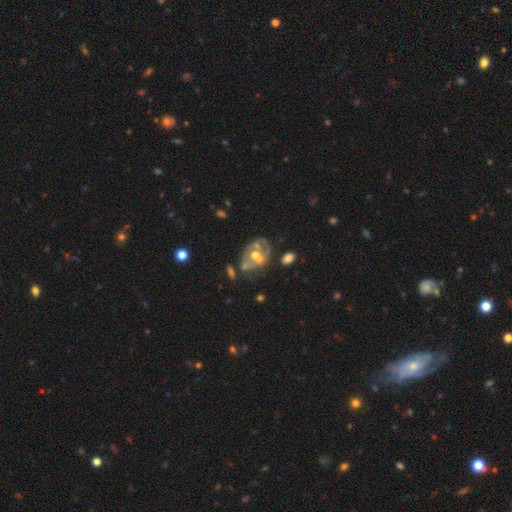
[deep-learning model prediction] The model was most divided on "merging": none: 35%, merger: 26%, minor disturbance: 20%, major disturbance: 19%. More confident: edge-on disk — no (96%); smooth or featured — featured or disk (70%); bulge size — moderate (66%); bar — no (63%); spiral arms — no (61%).